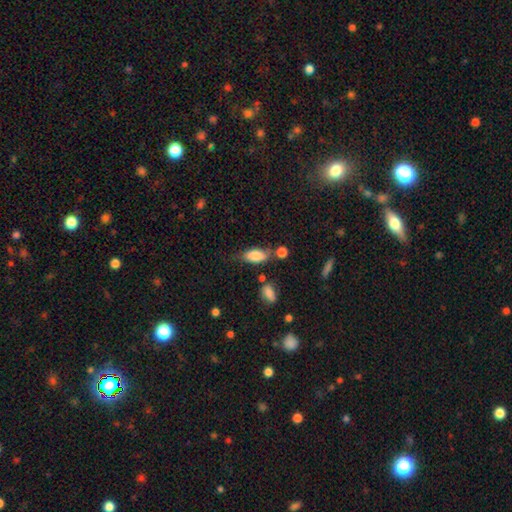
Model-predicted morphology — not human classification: Smooth or featured?
  - smooth: 82% *
  - featured or disk: 11%
  - star or artifact: 8%
How rounded?
  - in between: 88% *
  - cigar-shaped: 7%
  - round: 4%
Merging?
  - none: 53% *
  - minor disturbance: 27%
  - merger: 11%
  - major disturbance: 9%